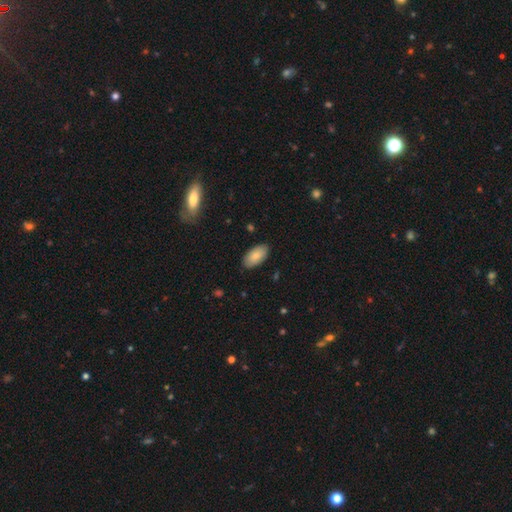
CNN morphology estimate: Smooth or featured: smooth — 84% (featured or disk — 10%)
How rounded: in between — 95% (cigar-shaped — 3%)
Merging: none — 87% (minor disturbance — 10%)